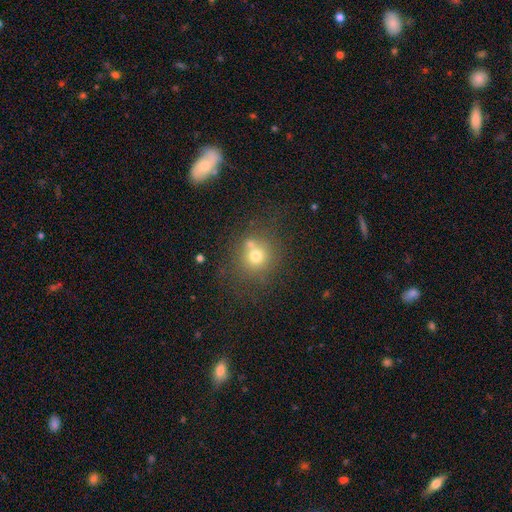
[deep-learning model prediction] Smooth or featured?
  - smooth: 70% *
  - star or artifact: 16%
  - featured or disk: 15%
How rounded?
  - round: 86% *
  - in between: 13%
  - cigar-shaped: 1%
Merging?
  - none: 59% *
  - merger: 25%
  - minor disturbance: 11%
  - major disturbance: 5%